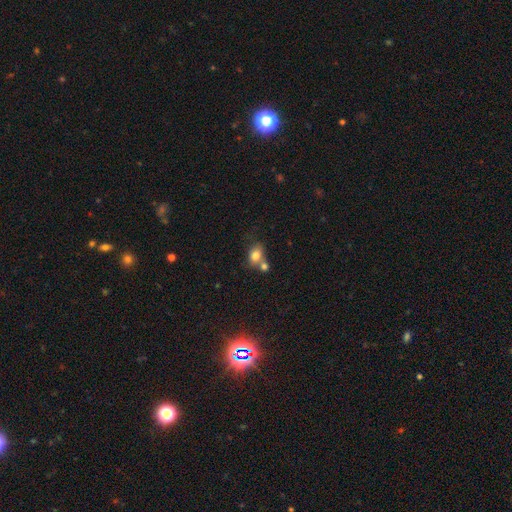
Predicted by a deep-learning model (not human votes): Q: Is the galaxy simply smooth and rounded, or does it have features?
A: smooth — 79%.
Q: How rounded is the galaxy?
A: in between — 60%.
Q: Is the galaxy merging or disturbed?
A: merger — 43%.